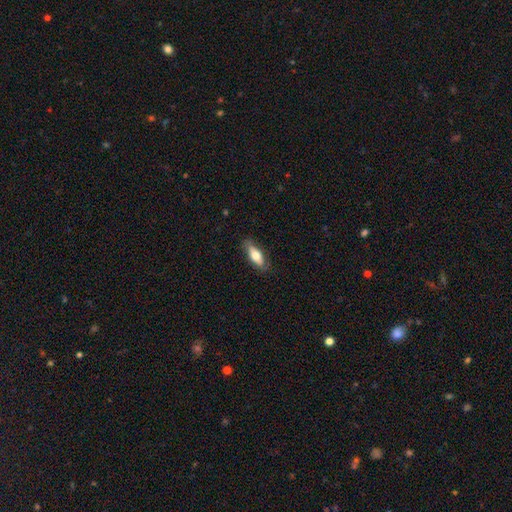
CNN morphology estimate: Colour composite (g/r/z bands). It shows a smooth galaxy with no disk features (64%) that is in between round and cigar-shaped (70%). Merging: none (80%).